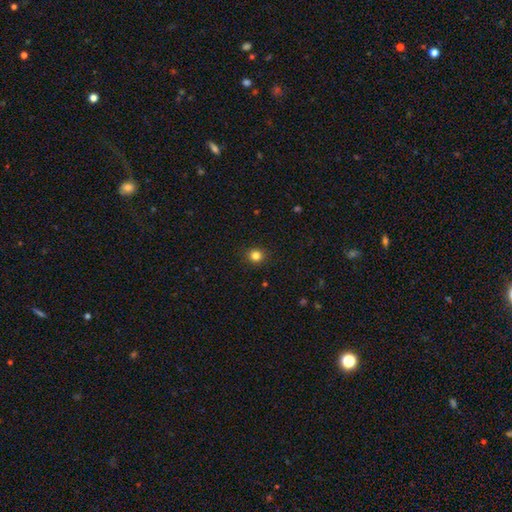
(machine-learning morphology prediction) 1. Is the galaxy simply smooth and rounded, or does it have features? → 83% smooth, 13% star or artifact, 4% featured or disk.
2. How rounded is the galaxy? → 90% round, 10% in between, 1% cigar-shaped.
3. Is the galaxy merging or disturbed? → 91% none, 6% minor disturbance, 2% major disturbance, 1% merger.